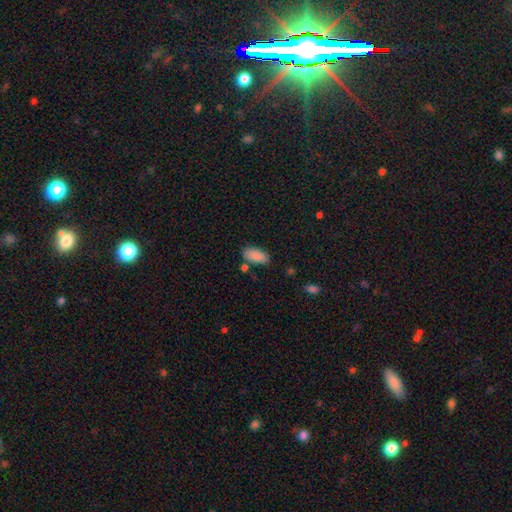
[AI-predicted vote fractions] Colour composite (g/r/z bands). It shows a smooth galaxy with no disk features (89%) that is in between round and cigar-shaped (92%). Merging: none (77%).